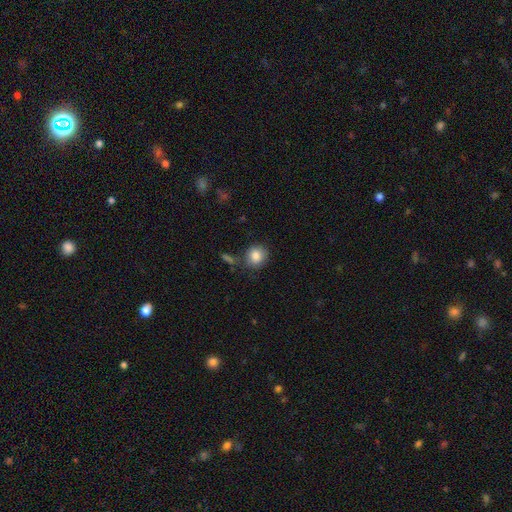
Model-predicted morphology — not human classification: Smooth or featured: smooth — 85% (star or artifact — 8%)
How rounded: round — 77% (in between — 22%)
Merging: none — 76% (minor disturbance — 15%)